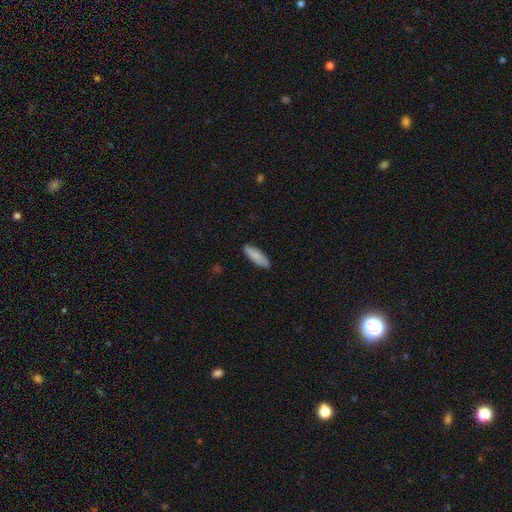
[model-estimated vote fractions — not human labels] Q: Smooth or featured?
A: smooth (83%); runner-up: featured or disk (11%)
Q: How rounded?
A: in between (53%); runner-up: cigar-shaped (46%)
Q: Merging?
A: none (87%); runner-up: minor disturbance (10%)